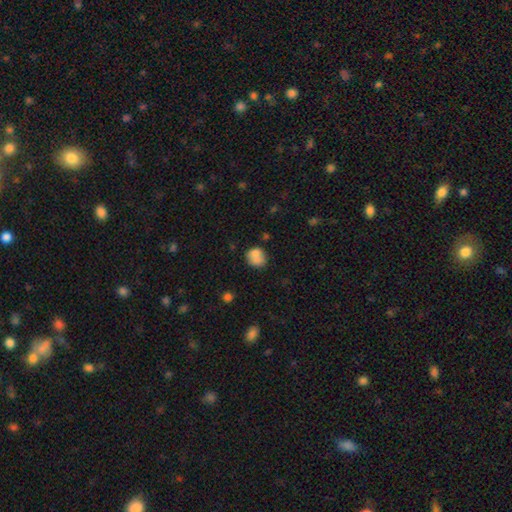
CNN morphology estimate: Q: Smooth or featured?
A: smooth (76%); runner-up: featured or disk (14%)
Q: How rounded?
A: round (70%); runner-up: in between (29%)
Q: Merging?
A: none (48%); runner-up: merger (25%)